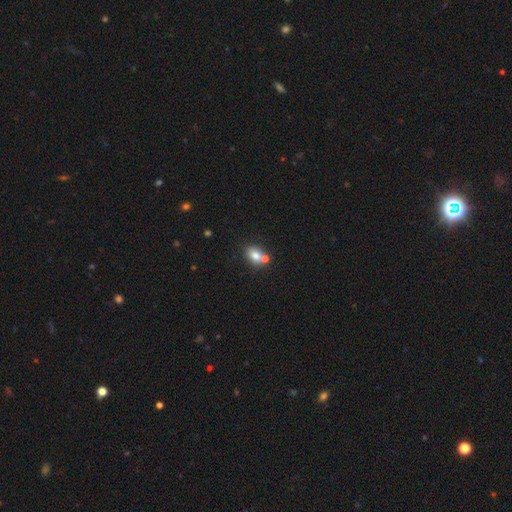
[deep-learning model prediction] Overall: smooth (77%). How rounded: in between (67%; round 32%). Merging: none (50%; merger 35%).